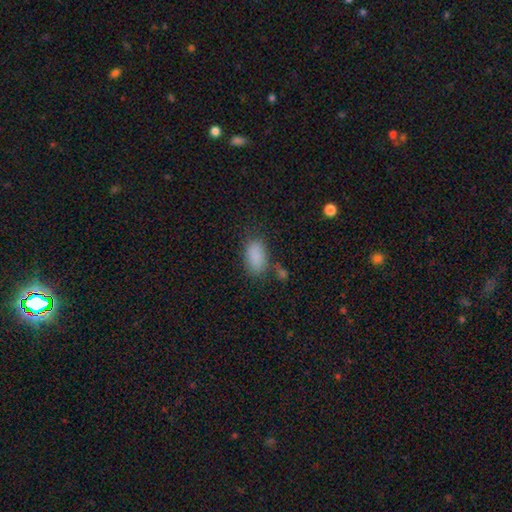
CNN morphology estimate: smooth 87%, star or artifact 9%, featured or disk 5%. Down the decision tree: how rounded — in between (92%); merging — none (69%).